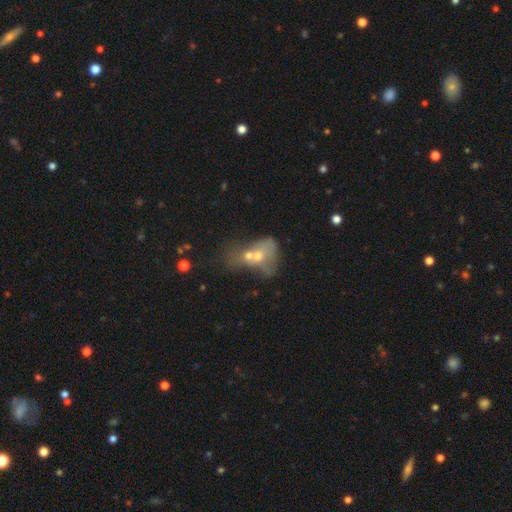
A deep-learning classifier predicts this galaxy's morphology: A smooth galaxy with no disk features (52%) that is in between round and cigar-shaped (63%).

Vote fractions:
- Smooth or featured? smooth: 52% / featured or disk: 37% / star or artifact: 11%
- How rounded? in between: 63% / round: 35% / cigar-shaped: 2%
- Merging? merger: 74% / major disturbance: 10% / none: 9% / minor disturbance: 6%